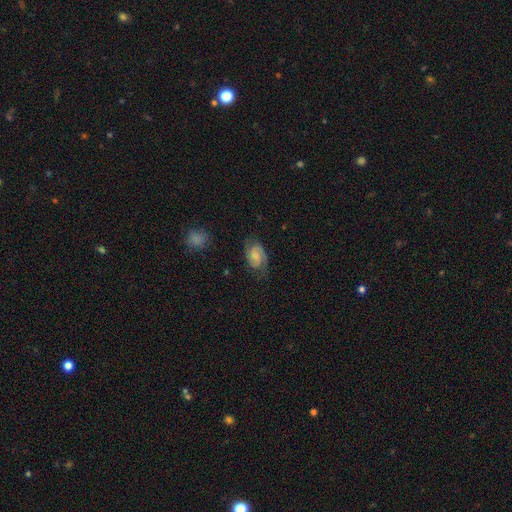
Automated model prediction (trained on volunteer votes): This is likely a featured or disk galaxy (75%). It is clearly not viewed edge-on (98%). Bar: possibly no (49%). Spiral arm pattern: clearly yes (96%). Spiral arm count: clearly 2 (88%). Spiral winding: possibly medium (50%). Central bulge: marginally none (42%). Merging: likely none (74%).